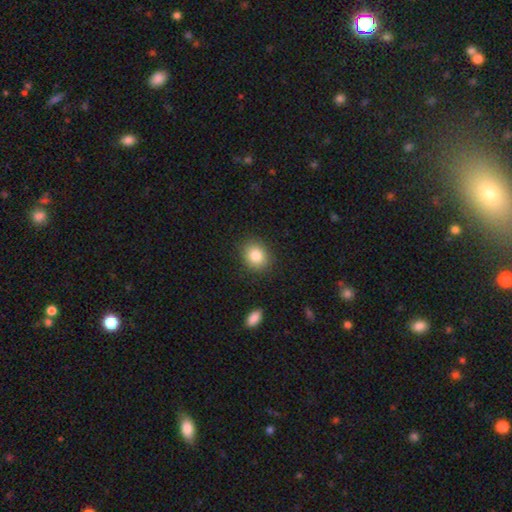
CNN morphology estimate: A smooth galaxy with no disk features (84%) that is round (63%). Merging: none (87%).